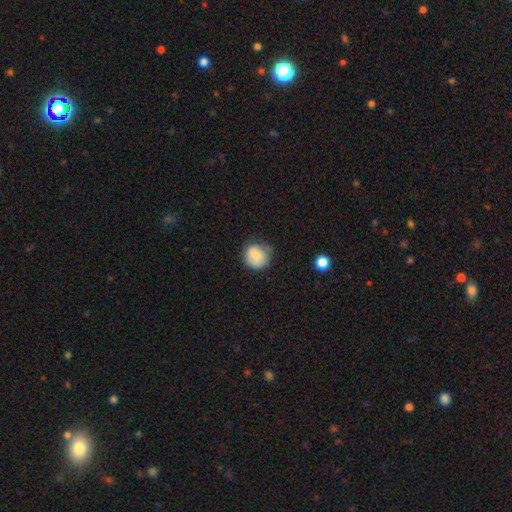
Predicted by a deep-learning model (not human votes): This appears to be a smooth galaxy with no disk features (81%) that is round (85%). Merging: none (67%).